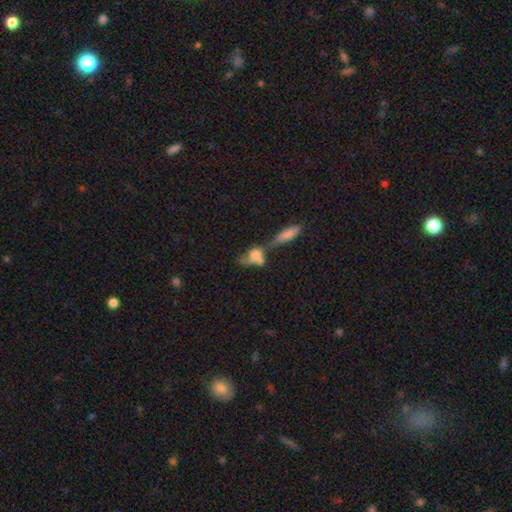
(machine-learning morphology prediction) type=smooth (57%); roundness=in between (52%); merging=merger (55%).